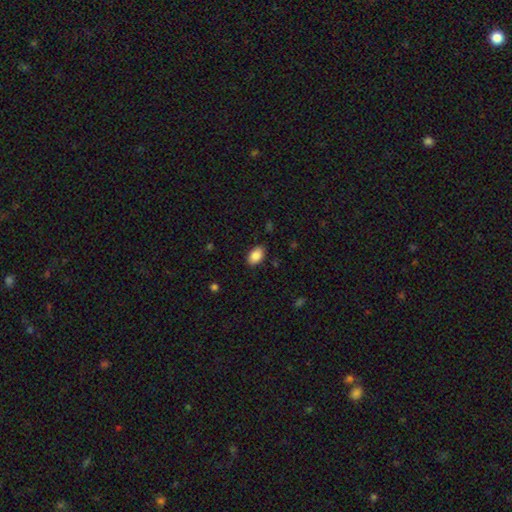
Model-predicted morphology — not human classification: This appears to be a smooth galaxy with no disk features (88%) that is in between round and cigar-shaped (90%). Merging: none (85%).